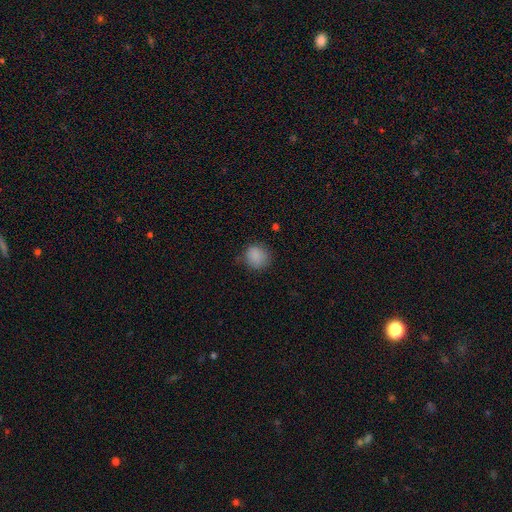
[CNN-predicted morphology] smooth-or-featured: smooth: 86% | star or artifact: 10% | featured or disk: 4%
  how-rounded: round: 83% | in between: 16% | cigar-shaped: 1%
  merging: none: 78% | minor disturbance: 17% | major disturbance: 4% | merger: 1%